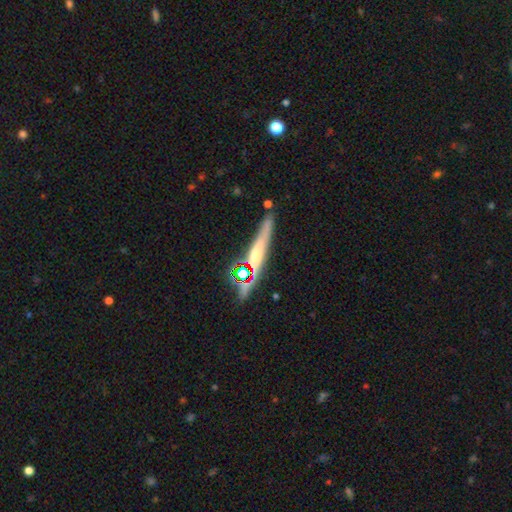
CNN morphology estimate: Q: Smooth or featured?
A: featured or disk (45%); runner-up: smooth (37%)
Q: Merging?
A: none (68%); runner-up: minor disturbance (16%)